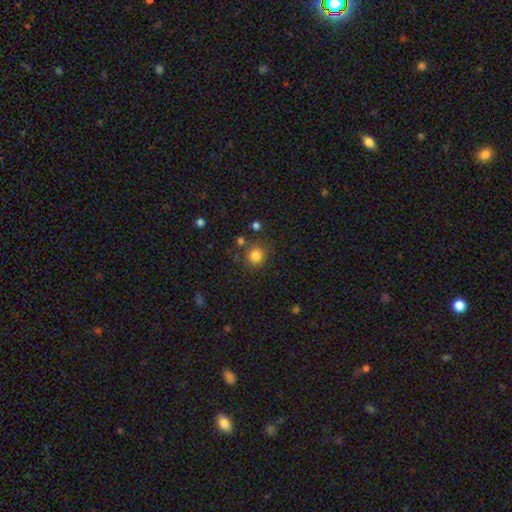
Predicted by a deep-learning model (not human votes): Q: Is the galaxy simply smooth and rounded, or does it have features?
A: smooth — 83%.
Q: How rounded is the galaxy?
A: round — 90%.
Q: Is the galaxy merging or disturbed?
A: none — 81%.